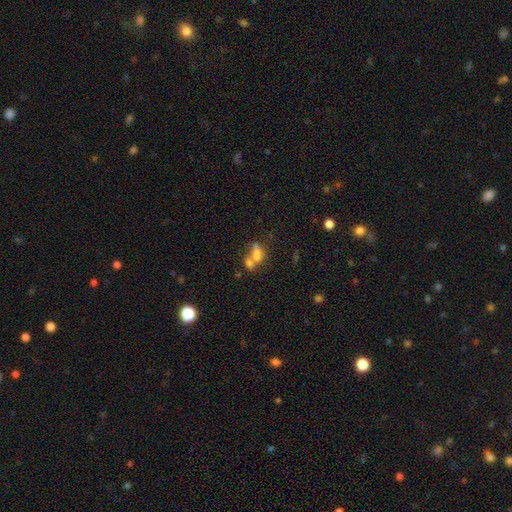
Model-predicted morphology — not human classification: A smooth galaxy with no disk features (62%) that is in between round and cigar-shaped (72%).

Vote fractions:
- Smooth or featured? smooth: 62% / featured or disk: 24% / star or artifact: 15%
- How rounded? in between: 72% / round: 19% / cigar-shaped: 10%
- Merging? merger: 57% / none: 25% / minor disturbance: 10% / major disturbance: 9%